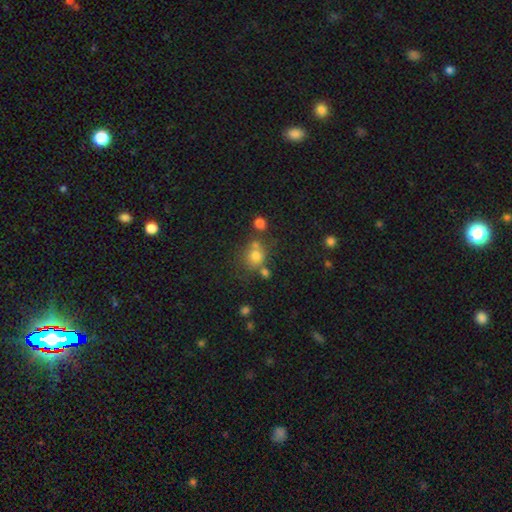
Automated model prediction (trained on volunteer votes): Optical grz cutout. It shows a smooth galaxy with no disk features (74%) that is round (80%). Merging: none (55%).